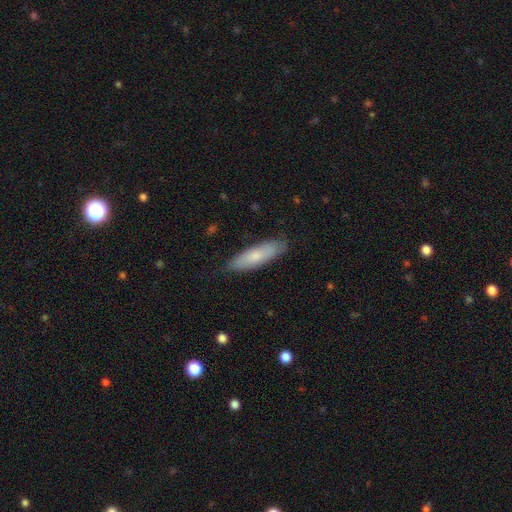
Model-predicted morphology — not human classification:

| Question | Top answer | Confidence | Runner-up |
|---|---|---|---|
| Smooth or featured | smooth | 73% | featured or disk (21%) |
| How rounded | cigar-shaped | 62% | in between (37%) |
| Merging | none | 83% | minor disturbance (13%) |